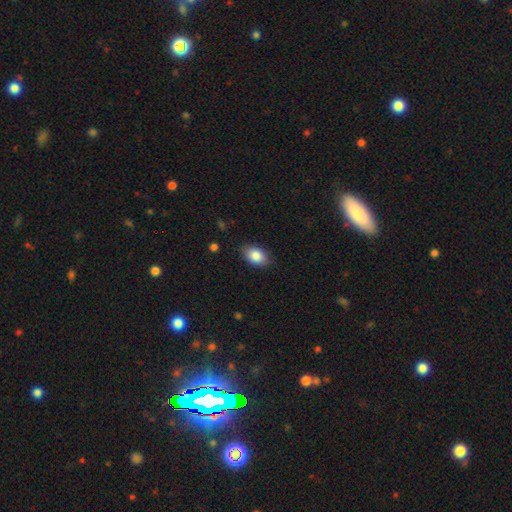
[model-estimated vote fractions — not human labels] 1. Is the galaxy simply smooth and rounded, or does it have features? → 86% smooth, 7% star or artifact, 7% featured or disk.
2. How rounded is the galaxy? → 85% in between, 14% round, 1% cigar-shaped.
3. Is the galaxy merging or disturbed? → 81% none, 15% minor disturbance, 3% major disturbance, 1% merger.